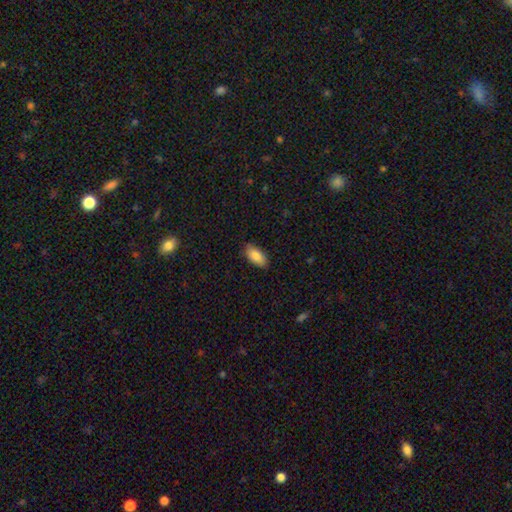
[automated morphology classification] Q: Smooth or featured?
A: smooth (86%); runner-up: featured or disk (7%)
Q: How rounded?
A: in between (92%); runner-up: cigar-shaped (6%)
Q: Merging?
A: none (86%); runner-up: minor disturbance (11%)